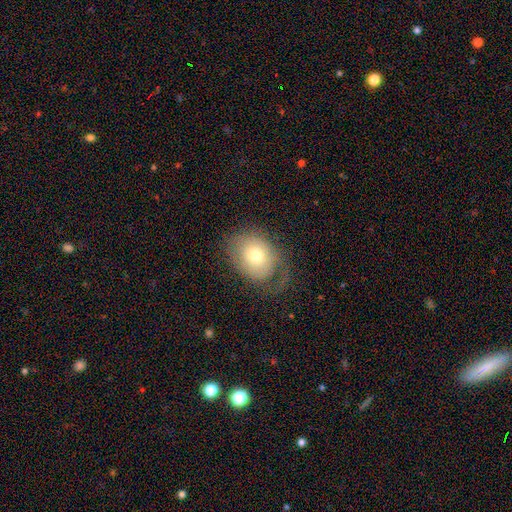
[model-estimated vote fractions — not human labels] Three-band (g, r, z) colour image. It shows a smooth galaxy with no disk features (62%) that is in between round and cigar-shaped (58%). Merging: none (49%).